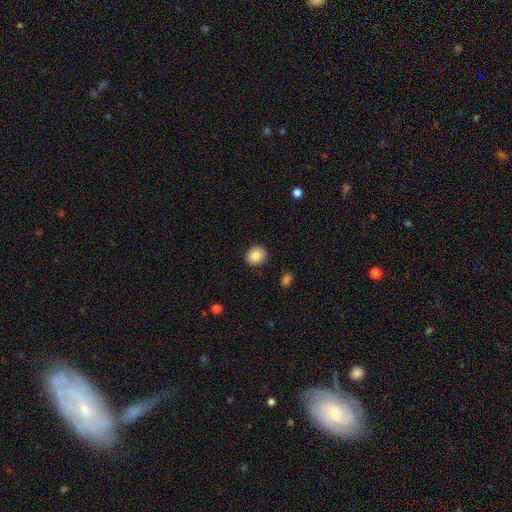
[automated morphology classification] Smooth or featured? Predicted: smooth (p=0.86). How rounded? Predicted: round (p=0.74). Merging? Predicted: none (p=0.90).